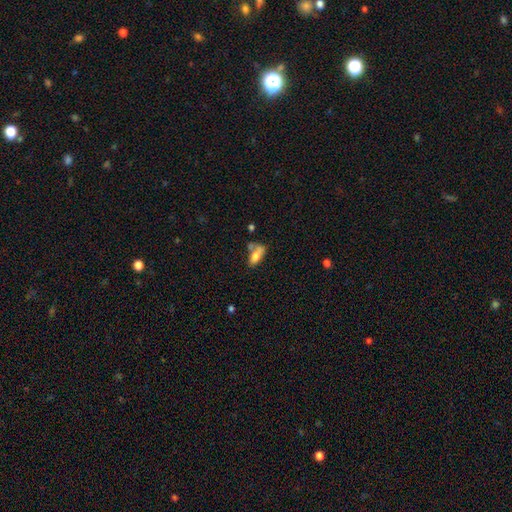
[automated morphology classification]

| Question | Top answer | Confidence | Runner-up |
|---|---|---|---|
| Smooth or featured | smooth | 71% | featured or disk (20%) |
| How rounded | in between | 83% | cigar-shaped (13%) |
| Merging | none | 34% | merger (33%) |